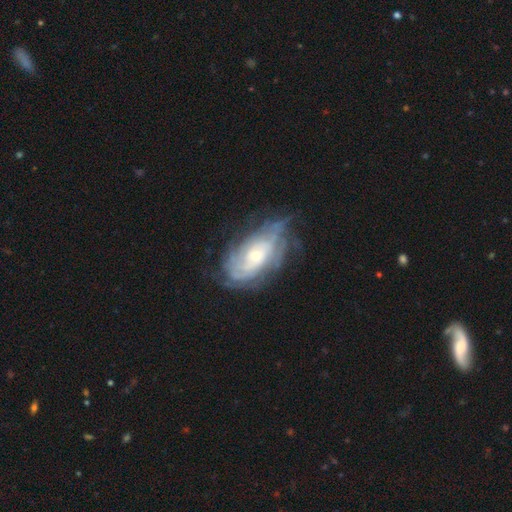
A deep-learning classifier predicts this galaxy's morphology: This is clearly a featured or disk galaxy (82%). It is clearly not viewed edge-on (94%). Bar: likely no (70%). Spiral arm pattern: clearly yes (91%). Spiral arm count: possibly can't tell (54%). Spiral winding: likely tight (70%). Central bulge: possibly small (56%). Merging: likely none (64%).